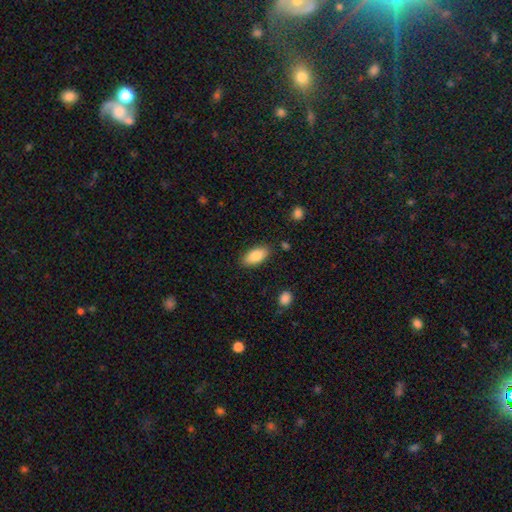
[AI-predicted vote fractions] smooth 86%, featured or disk 8%, star or artifact 7%. Down the decision tree: how rounded — in between (90%); merging — none (85%).